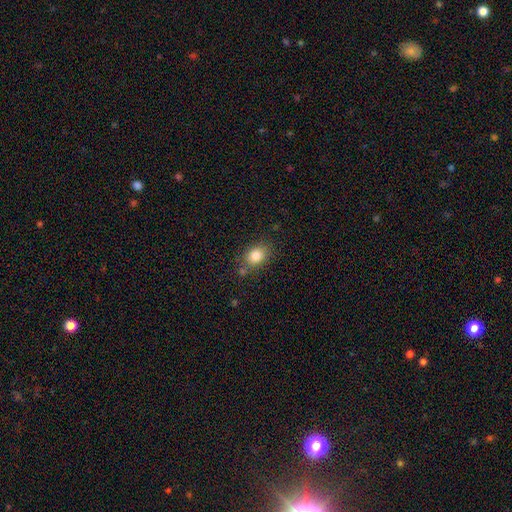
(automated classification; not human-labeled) Smooth or featured: smooth — 83% (star or artifact — 10%)
How rounded: in between — 62% (round — 37%)
Merging: none — 74% (minor disturbance — 15%)